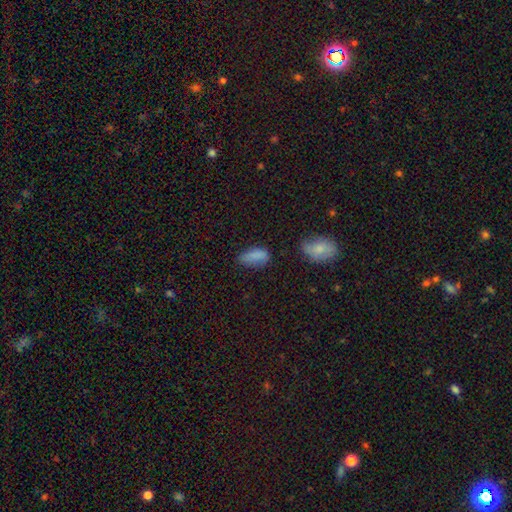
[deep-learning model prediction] Smooth or featured? smooth (81%)
How rounded? in between (86%)
Merging? none (55%)